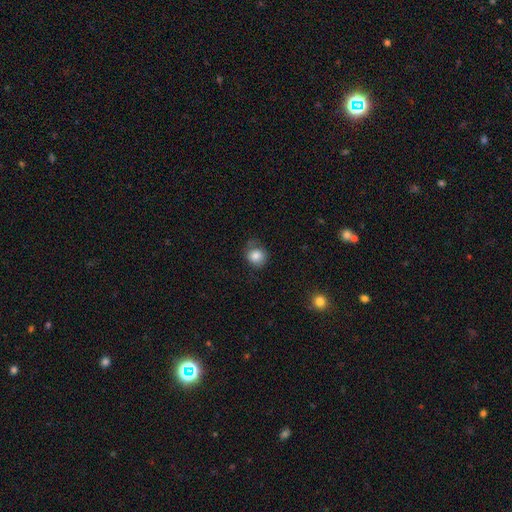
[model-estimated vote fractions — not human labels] Overall: smooth (83%). How rounded: round (74%). Merging: none (63%; minor disturbance 26%).